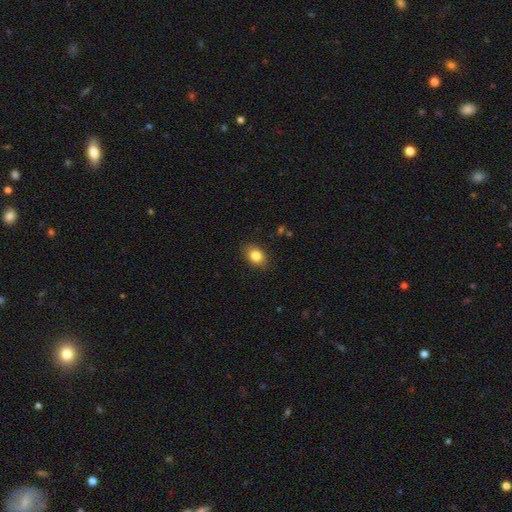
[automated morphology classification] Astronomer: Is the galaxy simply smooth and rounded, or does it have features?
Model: smooth — 84%.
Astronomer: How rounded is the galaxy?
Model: in between — 74%.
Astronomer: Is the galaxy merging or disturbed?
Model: none — 86%.